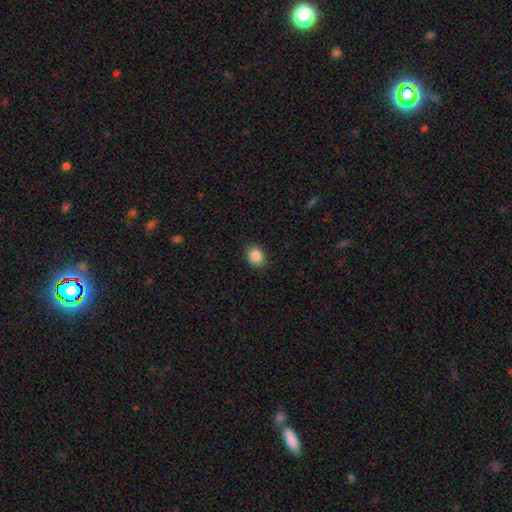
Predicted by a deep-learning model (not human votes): The model was most divided on "how rounded": in between: 59%, round: 40%, cigar-shaped: 1%. More confident: merging — none (89%); smooth or featured — smooth (87%).